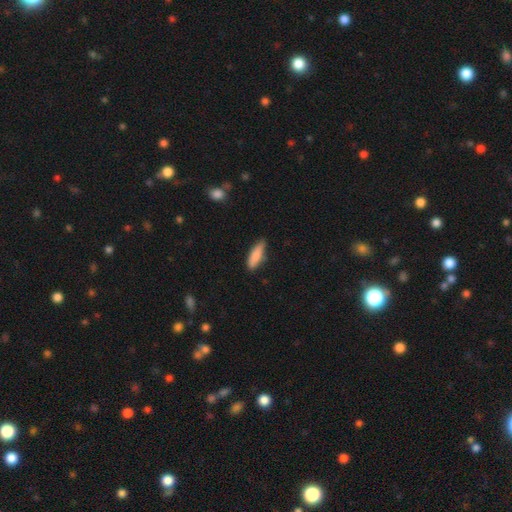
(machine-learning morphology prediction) A smooth galaxy with no disk features (84%) that is cigar-shaped (56%).

Vote fractions:
- Smooth or featured? smooth: 84% / featured or disk: 10% / star or artifact: 6%
- How rounded? cigar-shaped: 56% / in between: 42% / round: 2%
- Merging? none: 76% / minor disturbance: 20% / major disturbance: 3% / merger: 2%